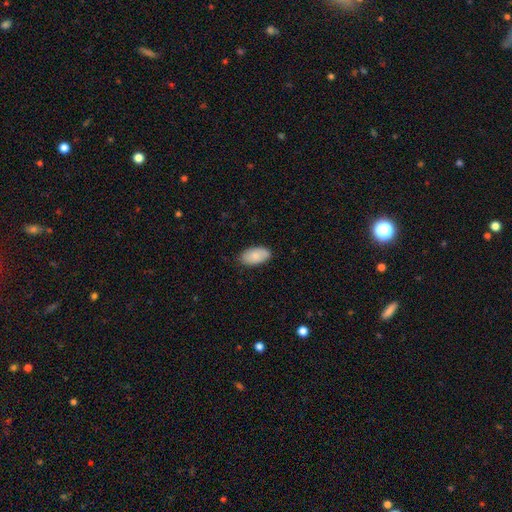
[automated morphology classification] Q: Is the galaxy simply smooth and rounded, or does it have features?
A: smooth — 82%.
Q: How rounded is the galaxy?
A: in between — 95%.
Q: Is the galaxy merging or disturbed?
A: none — 83%.